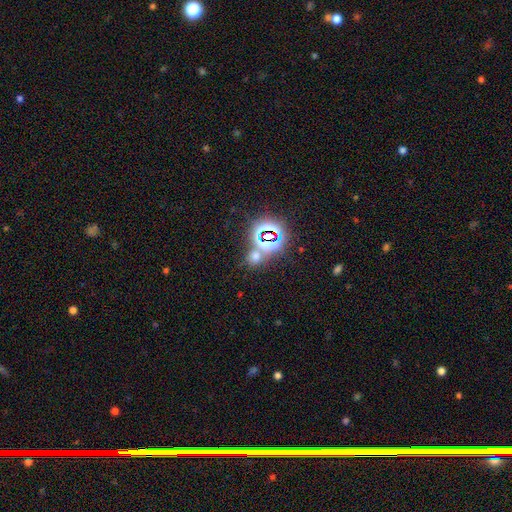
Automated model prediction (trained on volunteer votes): Q: Smooth or featured?
A: star or artifact (48%); runner-up: smooth (45%)